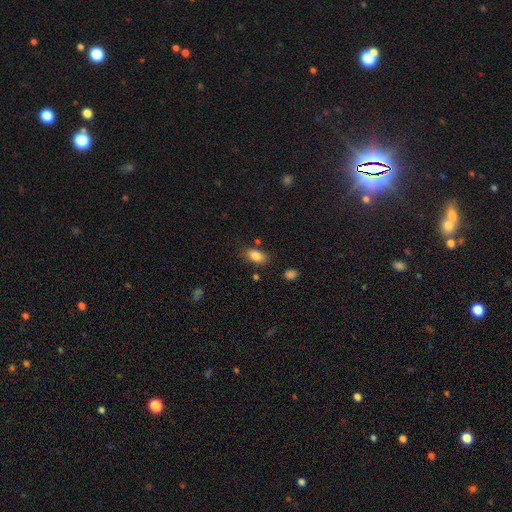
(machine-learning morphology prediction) Q: Smooth or featured?
A: smooth (85%); runner-up: star or artifact (8%)
Q: How rounded?
A: in between (90%); runner-up: round (6%)
Q: Merging?
A: none (77%); runner-up: minor disturbance (15%)